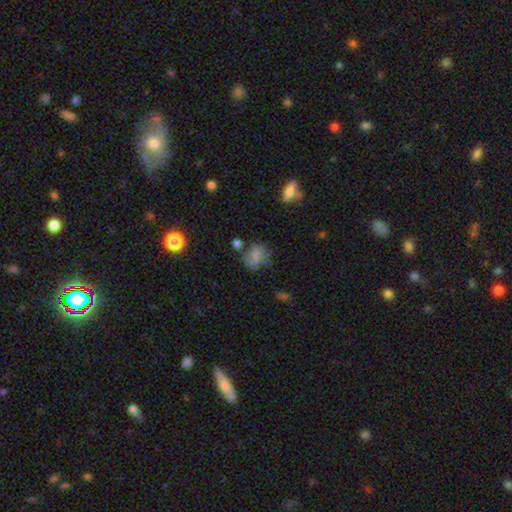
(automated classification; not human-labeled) The model was most divided on "how rounded": round: 57%, in between: 41%, cigar-shaped: 1%. Remaining: smooth or featured — smooth (70%); merging — none (49%).